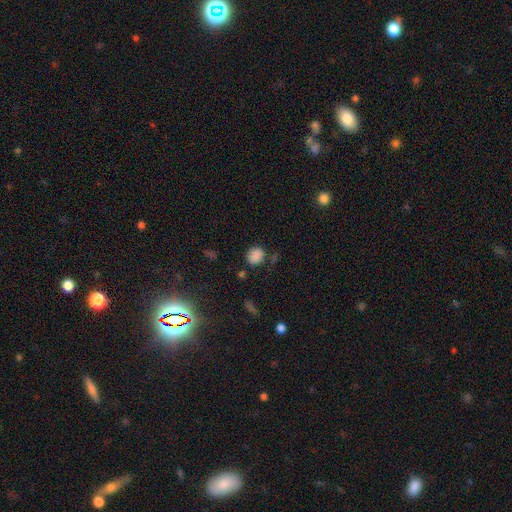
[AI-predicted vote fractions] A smooth galaxy with no disk features (84%) that is round (66%). Merging: none (75%).